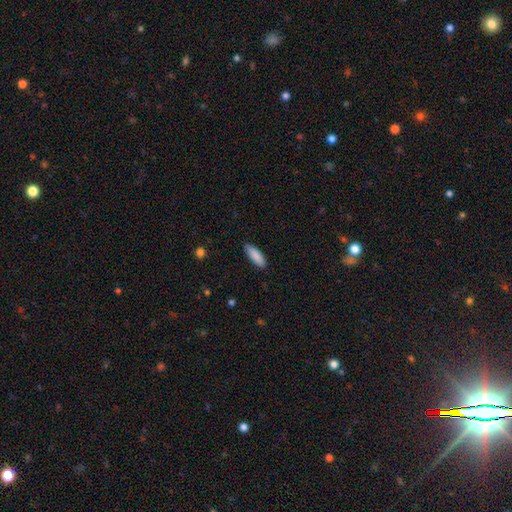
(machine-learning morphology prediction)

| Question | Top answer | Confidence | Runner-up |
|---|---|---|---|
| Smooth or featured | smooth | 88% | featured or disk (6%) |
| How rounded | in between | 58% | cigar-shaped (41%) |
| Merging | none | 87% | minor disturbance (10%) |